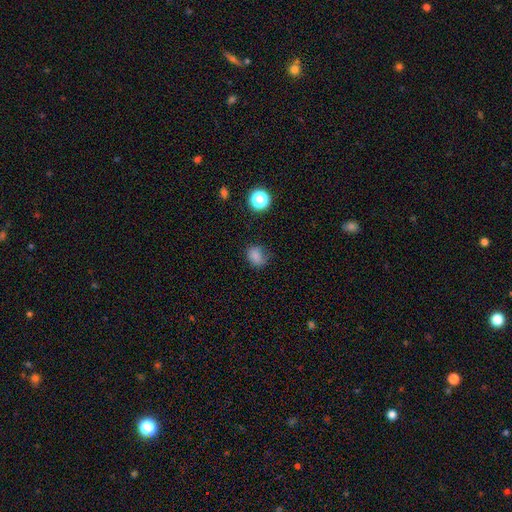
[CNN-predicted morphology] This is clearly a smooth galaxy (80%). How rounded: possibly round (50%). Merging: likely none (61%).